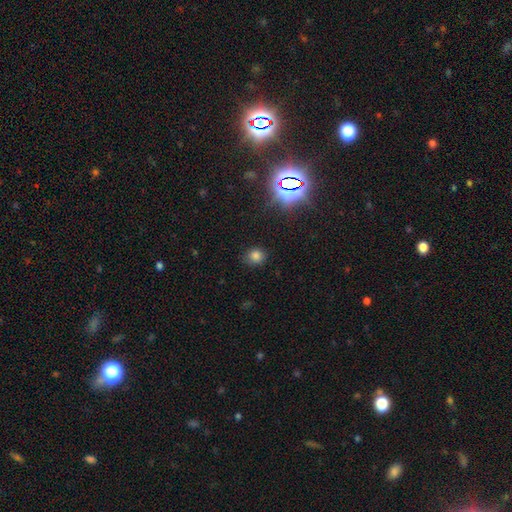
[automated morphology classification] A smooth galaxy with no disk features (76%) that is round (72%).

Vote fractions:
- Smooth or featured? smooth: 76% / star or artifact: 18% / featured or disk: 5%
- How rounded? round: 72% / in between: 27% / cigar-shaped: 1%
- Merging? none: 82% / minor disturbance: 13% / major disturbance: 3% / merger: 1%